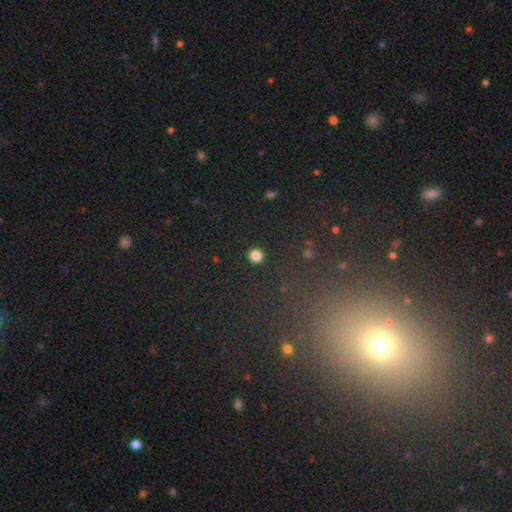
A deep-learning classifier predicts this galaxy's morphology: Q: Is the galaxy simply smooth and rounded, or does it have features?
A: smooth — 83%.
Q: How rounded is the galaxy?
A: round — 94%.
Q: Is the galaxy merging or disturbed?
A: none — 92%.